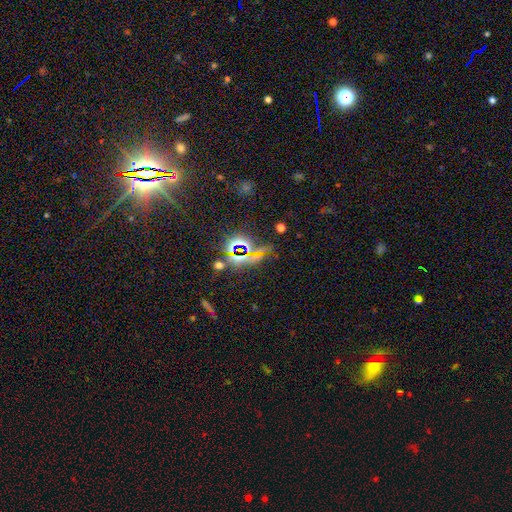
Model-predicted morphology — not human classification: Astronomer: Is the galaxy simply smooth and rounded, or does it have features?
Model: star or artifact — 74%.